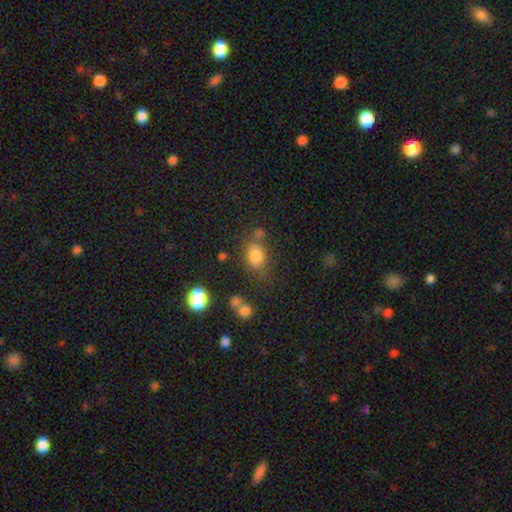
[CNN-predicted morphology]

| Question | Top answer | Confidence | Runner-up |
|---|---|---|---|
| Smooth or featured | smooth | 80% | star or artifact (12%) |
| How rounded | in between | 70% | round (28%) |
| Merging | none | 61% | minor disturbance (18%) |